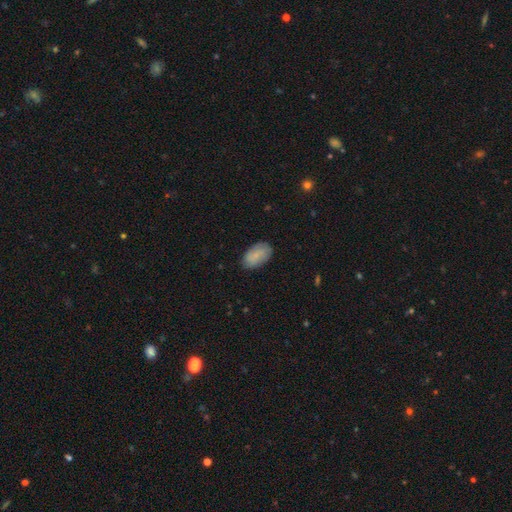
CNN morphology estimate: Smooth or featured? Predicted: smooth (p=0.82). How rounded? Predicted: in between (p=0.93). Merging? Predicted: none (p=0.82).